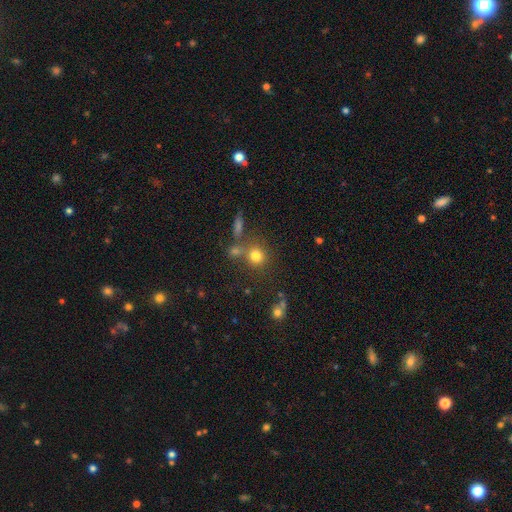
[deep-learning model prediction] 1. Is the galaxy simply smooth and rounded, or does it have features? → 76% smooth, 15% star or artifact, 9% featured or disk.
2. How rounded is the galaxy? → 86% round, 12% in between, 1% cigar-shaped.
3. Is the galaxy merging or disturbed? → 65% none, 19% merger, 11% minor disturbance, 5% major disturbance.